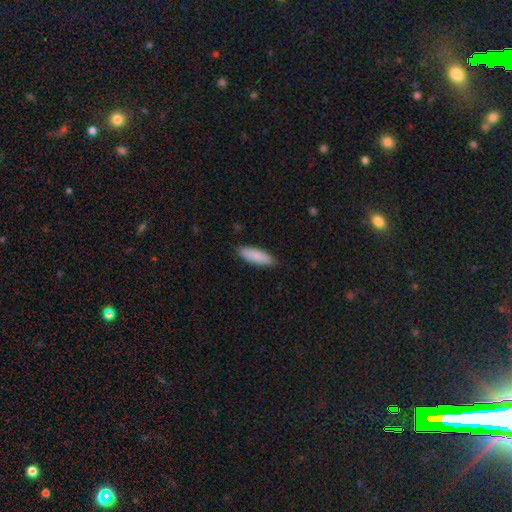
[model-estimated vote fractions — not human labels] This appears to be a smooth galaxy with no disk features (88%) that is in between round and cigar-shaped (58%). Merging: none (84%).